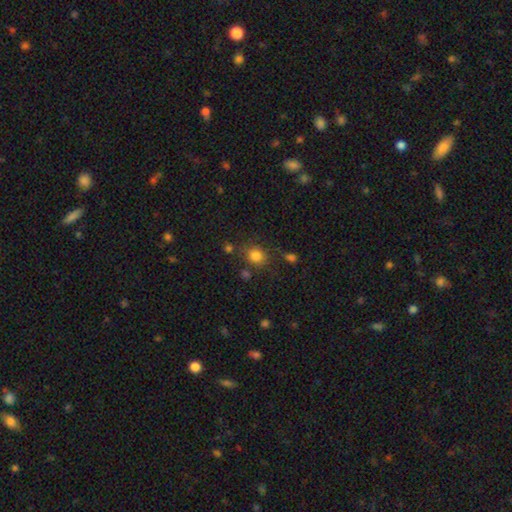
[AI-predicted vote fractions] This is clearly a smooth galaxy (82%). How rounded: likely round (74%). Merging: likely none (74%).